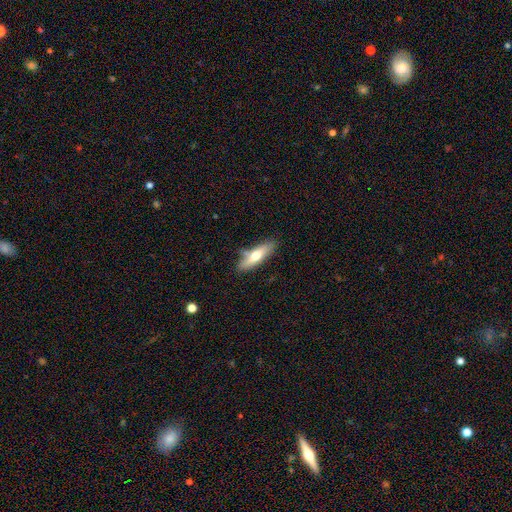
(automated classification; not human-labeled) Q: Smooth or featured?
A: smooth (61%); runner-up: featured or disk (33%)
Q: How rounded?
A: cigar-shaped (55%); runner-up: in between (43%)
Q: Merging?
A: none (71%); runner-up: minor disturbance (18%)